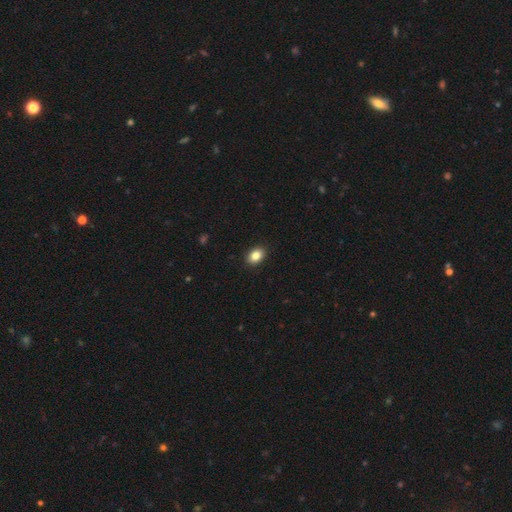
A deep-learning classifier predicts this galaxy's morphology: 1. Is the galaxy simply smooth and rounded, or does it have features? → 86% smooth, 9% star or artifact, 6% featured or disk.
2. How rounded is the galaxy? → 77% in between, 22% round, 1% cigar-shaped.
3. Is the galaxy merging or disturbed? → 91% none, 7% minor disturbance, 2% major disturbance, 1% merger.